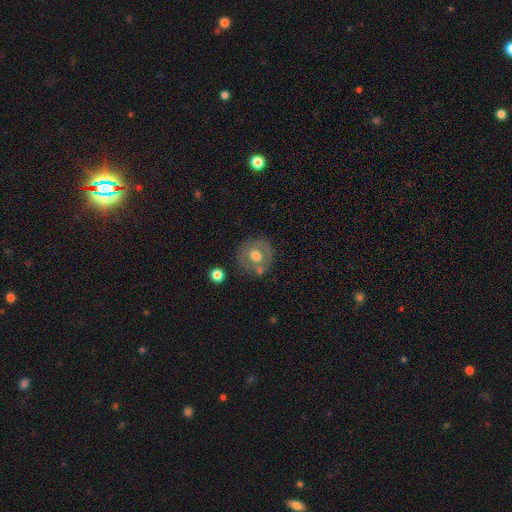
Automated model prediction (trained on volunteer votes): Smooth or featured? smooth (53%)
How rounded? round (88%)
Merging? none (71%)